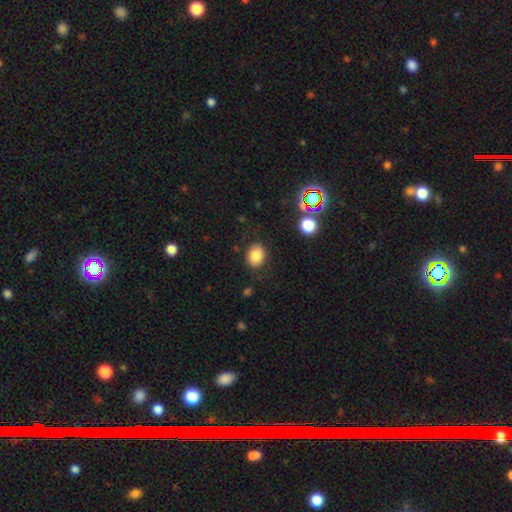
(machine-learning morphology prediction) This is clearly a smooth galaxy (82%). How rounded: possibly in between (55%). Merging: clearly none (84%).